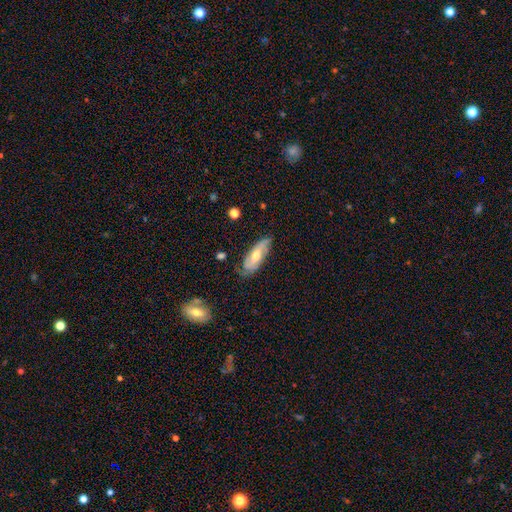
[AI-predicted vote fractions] This appears to be a featured or disk galaxy (61%). Merging: none (66%).